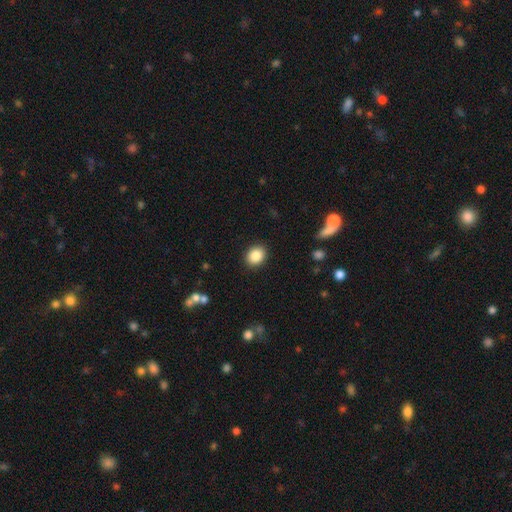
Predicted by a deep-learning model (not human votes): Smooth or featured? Predicted: smooth (p=0.87). How rounded? Predicted: round (p=0.56). Merging? Predicted: none (p=0.90).